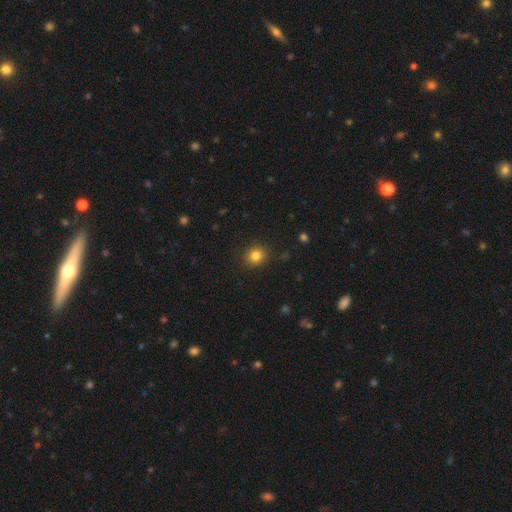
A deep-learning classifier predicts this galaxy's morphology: Smooth or featured?
  - smooth: 82% *
  - star or artifact: 12%
  - featured or disk: 6%
How rounded?
  - round: 85% *
  - in between: 14%
  - cigar-shaped: 1%
Merging?
  - none: 90% *
  - minor disturbance: 7%
  - major disturbance: 2%
  - merger: 1%